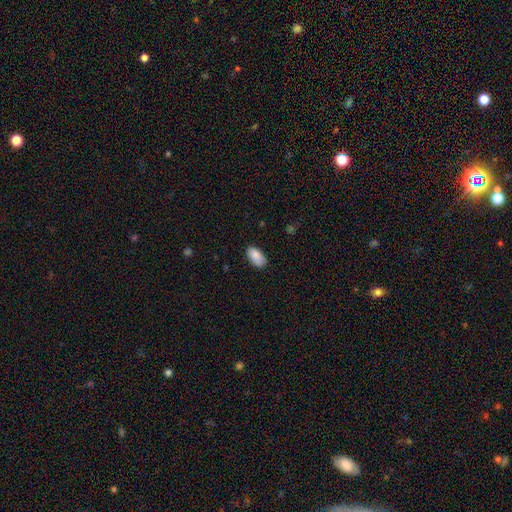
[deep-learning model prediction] Smooth or featured: smooth — 86% (star or artifact — 7%)
How rounded: in between — 94% (round — 3%)
Merging: none — 79% (minor disturbance — 17%)